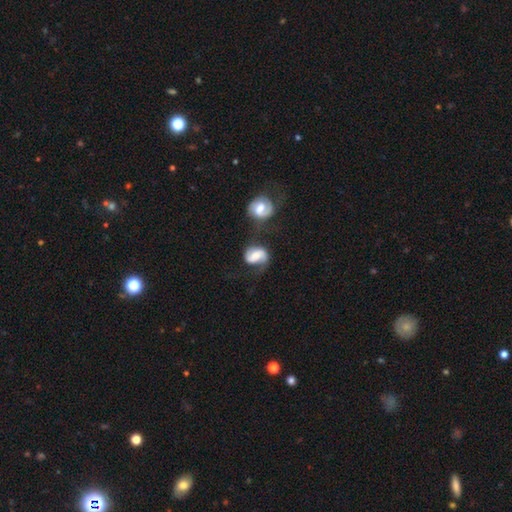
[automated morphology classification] smooth_or_featured: featured or disk (p=0.66) [alt: smooth p=0.27]
disk_edge_on: no (p=0.97) [alt: yes p=0.03]
bar: weak (p=0.42) [alt: no p=0.32]
has_spiral_arms: yes (p=0.91) [alt: no p=0.09]
spiral_winding: medium (p=0.43) [alt: loose p=0.39]
spiral_arm_count: 2 (p=0.77) [alt: 1 p=0.15]
bulge_size: moderate (p=0.46) [alt: small p=0.22]
merging: none (p=0.41) [alt: merger p=0.22]